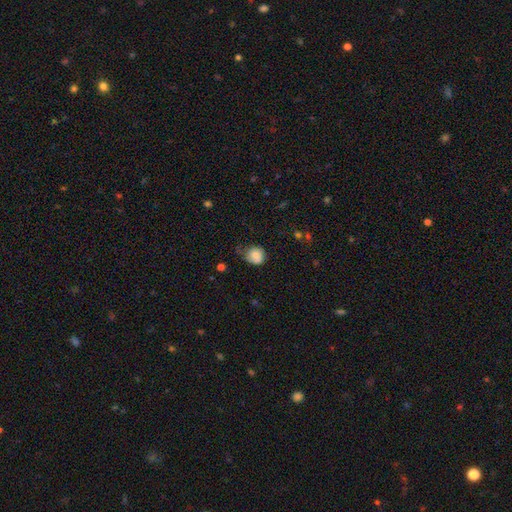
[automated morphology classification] Smooth or featured? smooth (72%)
How rounded? round (77%)
Merging? none (48%)